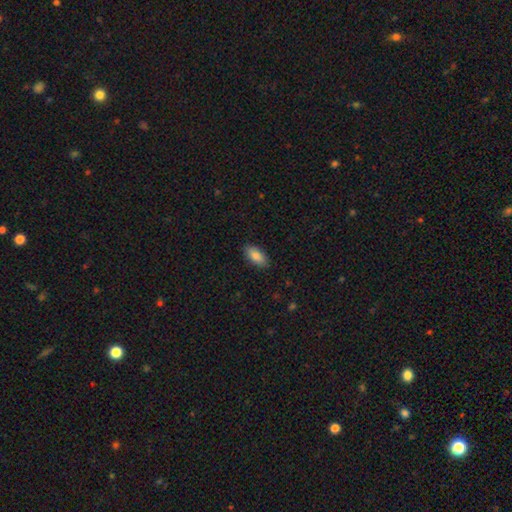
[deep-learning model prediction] Smooth or featured?
  - smooth: 86% *
  - featured or disk: 7%
  - star or artifact: 7%
How rounded?
  - in between: 90% *
  - cigar-shaped: 8%
  - round: 2%
Merging?
  - none: 88% *
  - minor disturbance: 9%
  - major disturbance: 2%
  - merger: 1%